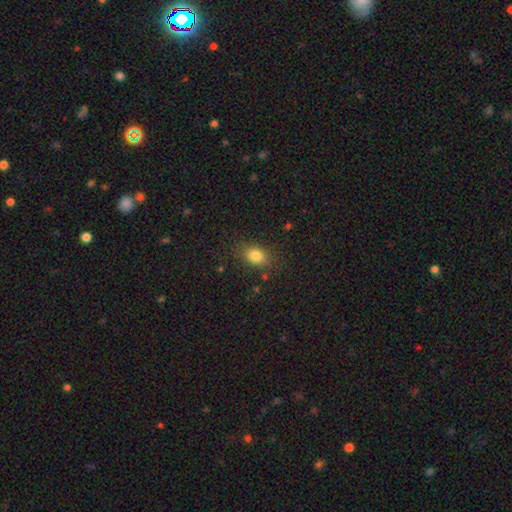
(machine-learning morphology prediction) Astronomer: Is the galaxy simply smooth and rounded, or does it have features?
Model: smooth — 82%.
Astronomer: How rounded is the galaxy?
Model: in between — 74%.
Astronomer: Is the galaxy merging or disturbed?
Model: none — 81%.